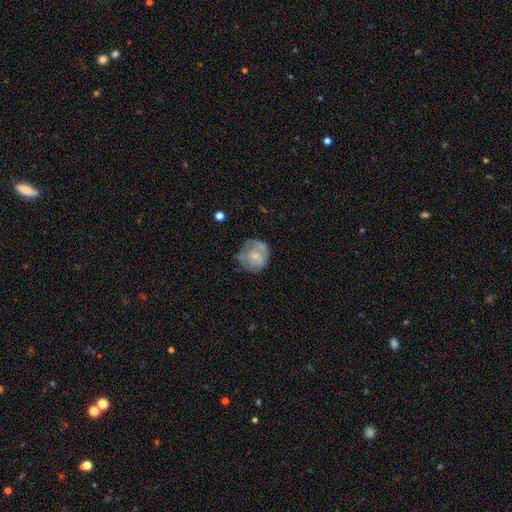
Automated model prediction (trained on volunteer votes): Smooth or featured? featured or disk (48%)
Merging? none (56%)